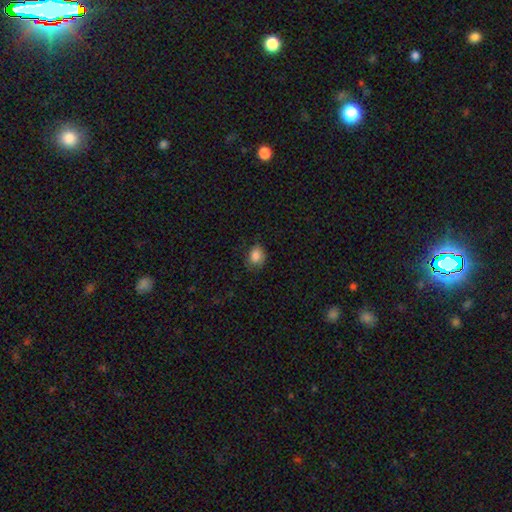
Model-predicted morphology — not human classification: type=smooth (84%); roundness=in between (59%); merging=none (68%).